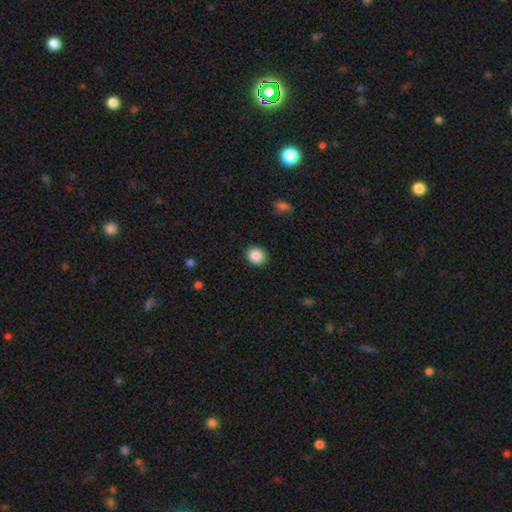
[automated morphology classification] A smooth galaxy with no disk features (88%) that is round (85%). Merging: none (90%).